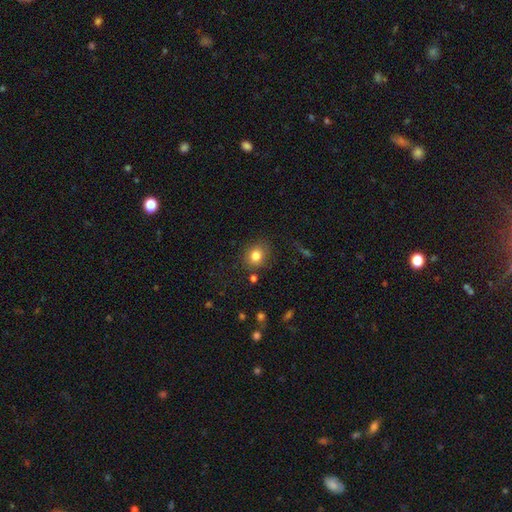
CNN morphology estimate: smooth-or-featured: smooth: 81% | star or artifact: 11% | featured or disk: 8%
  how-rounded: round: 75% | in between: 24% | cigar-shaped: 1%
  merging: none: 81% | minor disturbance: 12% | major disturbance: 4% | merger: 3%